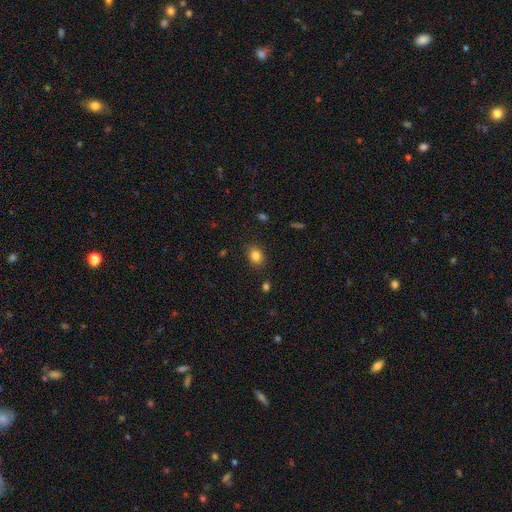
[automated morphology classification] smooth-or-featured: smooth: 83% | star or artifact: 11% | featured or disk: 6%
  how-rounded: in between: 50% | round: 49% | cigar-shaped: 1%
  merging: none: 86% | minor disturbance: 10% | major disturbance: 2% | merger: 1%